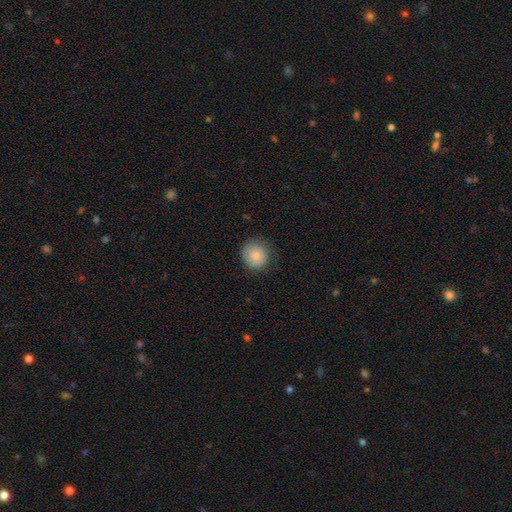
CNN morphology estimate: Overall: smooth (84%). How rounded: round (90%). Merging: none (78%).